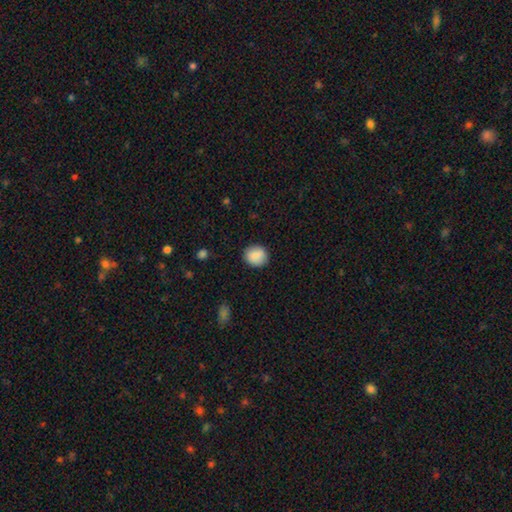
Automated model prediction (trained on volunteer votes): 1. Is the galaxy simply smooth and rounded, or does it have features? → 88% smooth, 7% star or artifact, 4% featured or disk.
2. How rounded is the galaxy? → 78% round, 21% in between, 1% cigar-shaped.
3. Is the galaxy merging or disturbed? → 88% none, 8% minor disturbance, 2% major disturbance, 1% merger.